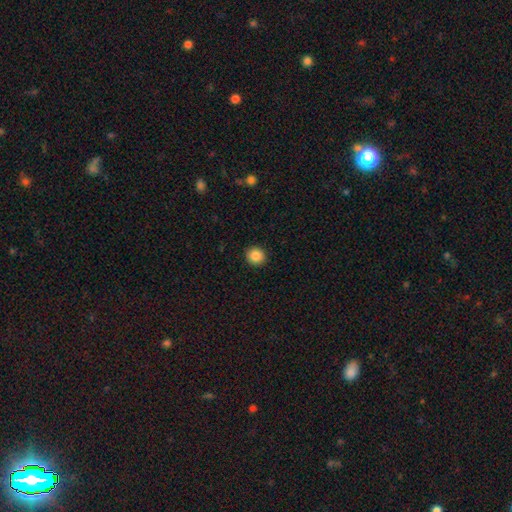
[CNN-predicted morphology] type=smooth (87%); roundness=round (91%); merging=none (93%).